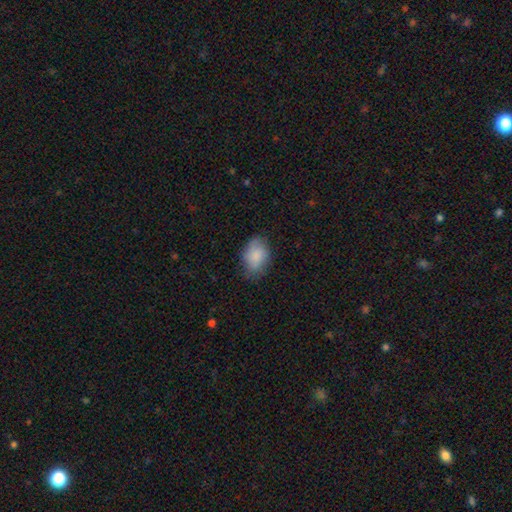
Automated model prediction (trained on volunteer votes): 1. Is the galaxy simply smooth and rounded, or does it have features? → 82% smooth, 11% featured or disk, 7% star or artifact.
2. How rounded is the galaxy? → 83% in between, 16% round, 1% cigar-shaped.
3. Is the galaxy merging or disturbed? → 69% none, 24% minor disturbance, 6% major disturbance, 1% merger.